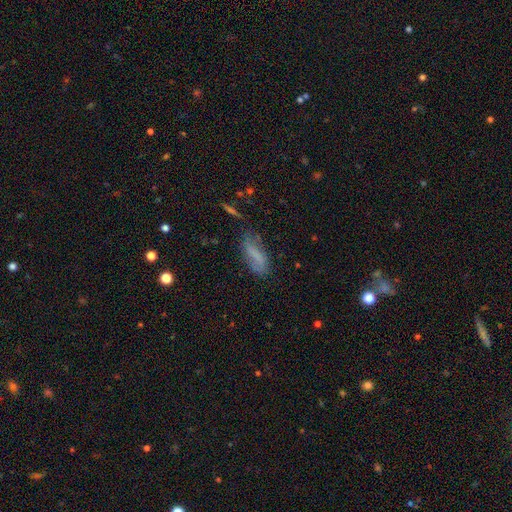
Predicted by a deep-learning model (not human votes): Smooth or featured? Predicted: smooth (p=0.62). How rounded? Predicted: in between (p=0.60). Merging? Predicted: none (p=0.56).